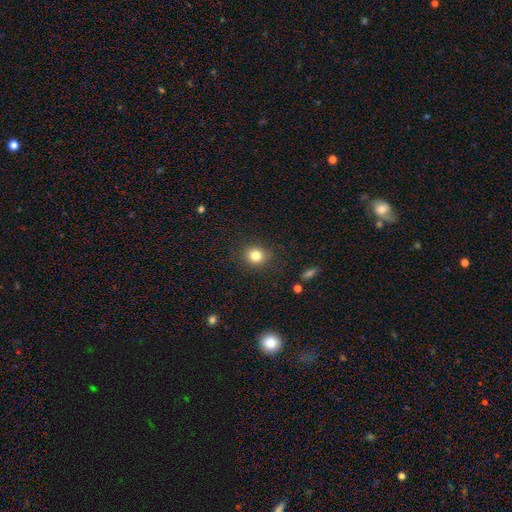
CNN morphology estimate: This appears to be a smooth galaxy with no disk features (82%) that is round (80%). Merging: none (87%).